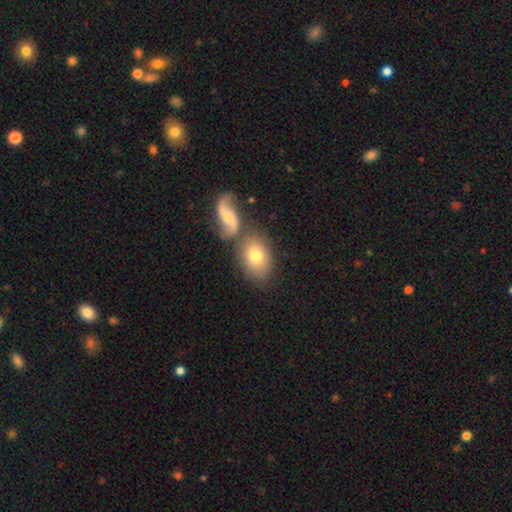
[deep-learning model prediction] A smooth galaxy with no disk features (71%) that is in between round and cigar-shaped (83%). Merging: none (57%).